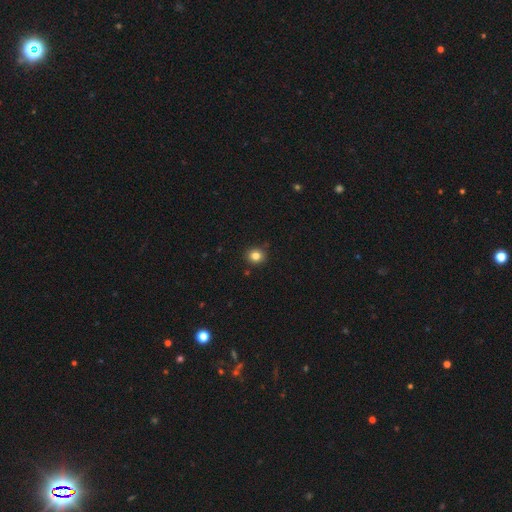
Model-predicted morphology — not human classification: smooth-or-featured: smooth: 83% | star or artifact: 12% | featured or disk: 5%
  how-rounded: round: 86% | in between: 13% | cigar-shaped: 1%
  merging: none: 88% | minor disturbance: 8% | merger: 2% | major disturbance: 2%